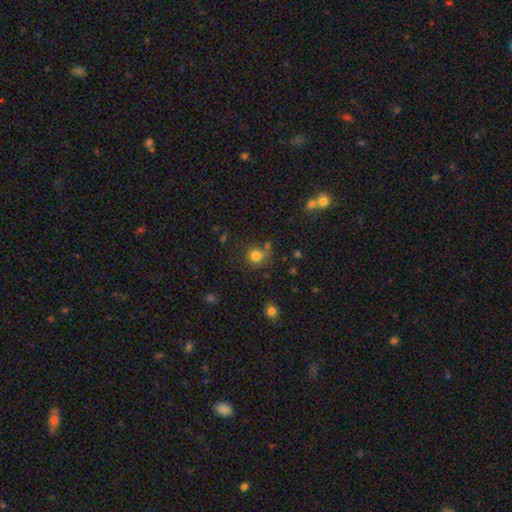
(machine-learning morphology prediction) Smooth or featured? Predicted: smooth (p=0.80). How rounded? Predicted: round (p=0.86). Merging? Predicted: none (p=0.67).